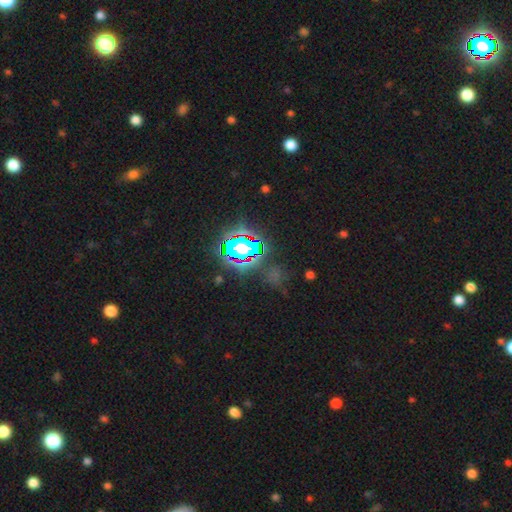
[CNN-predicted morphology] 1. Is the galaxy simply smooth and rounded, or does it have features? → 82% star or artifact, 11% smooth, 7% featured or disk.